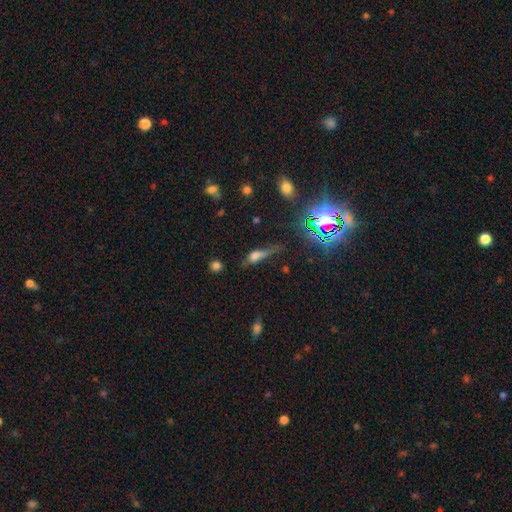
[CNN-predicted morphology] This is possibly a smooth galaxy (52%). How rounded: possibly in between (46%). Merging: marginally major disturbance (32%).